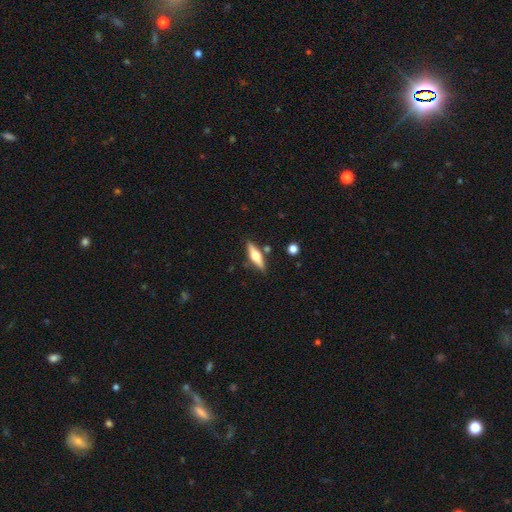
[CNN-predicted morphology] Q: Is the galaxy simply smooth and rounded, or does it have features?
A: featured or disk — 54%.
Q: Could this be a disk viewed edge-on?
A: yes — 93%.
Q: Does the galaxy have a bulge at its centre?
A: rounded — 93%.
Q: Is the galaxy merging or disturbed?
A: none — 83%.